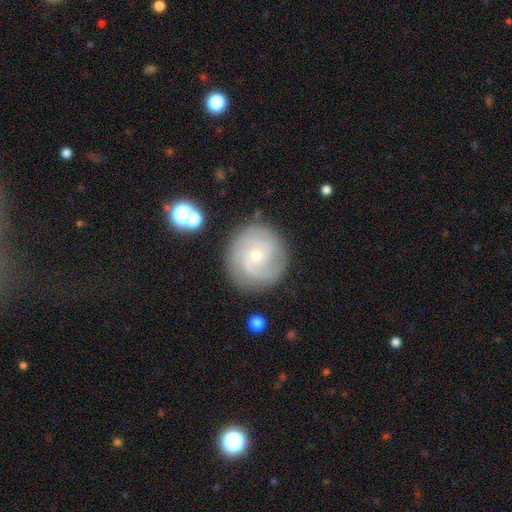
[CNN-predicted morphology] smooth_or_featured: featured or disk (p=0.74) [alt: smooth p=0.18]
disk_edge_on: no (p=0.98) [alt: yes p=0.02]
bar: no (p=0.70) [alt: weak p=0.26]
has_spiral_arms: yes (p=0.92) [alt: no p=0.08]
spiral_winding: tight (p=0.53) [alt: medium p=0.35]
spiral_arm_count: 2 (p=0.42) [alt: can't tell p=0.23]
bulge_size: small (p=0.67) [alt: moderate p=0.30]
merging: none (p=0.81) [alt: minor disturbance p=0.12]